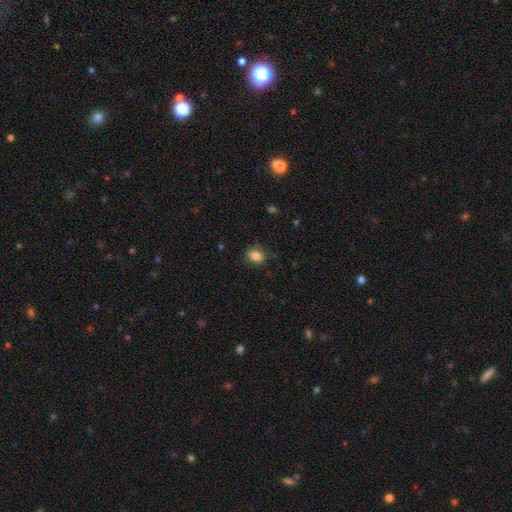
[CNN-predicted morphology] smooth_or_featured: smooth (p=0.85) [alt: star or artifact p=0.09]
how_rounded: in between (p=0.64) [alt: round p=0.35]
merging: none (p=0.82) [alt: minor disturbance p=0.14]